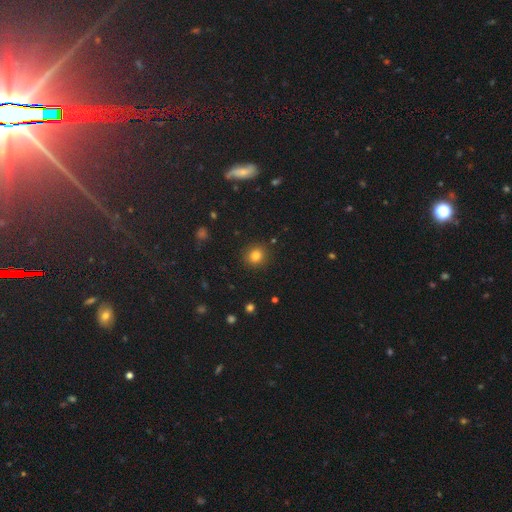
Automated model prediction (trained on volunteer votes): The model was most divided on "smooth or featured": smooth: 81%, star or artifact: 13%, featured or disk: 6%. More confident: merging — none (90%); how rounded — round (88%).